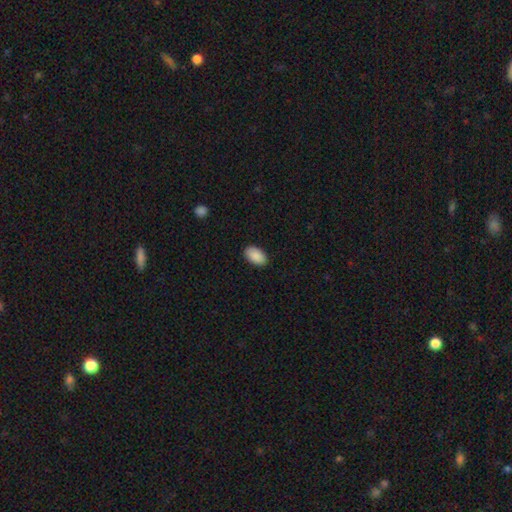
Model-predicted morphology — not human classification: Overall: smooth (90%). How rounded: in between (94%). Merging: none (89%).